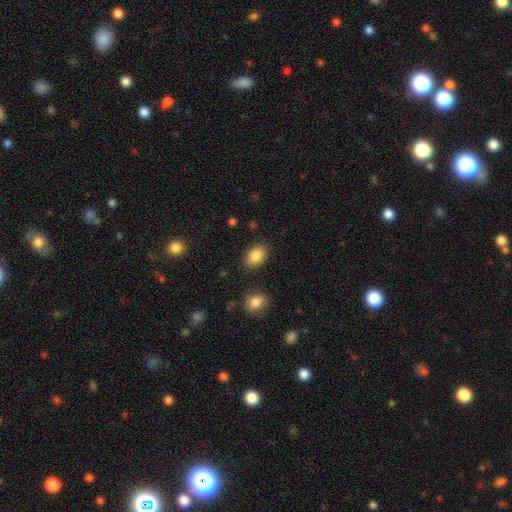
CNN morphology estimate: The model was most divided on "how rounded": in between: 81%, round: 18%, cigar-shaped: 1%. More confident: smooth or featured — smooth (87%); merging — none (85%).